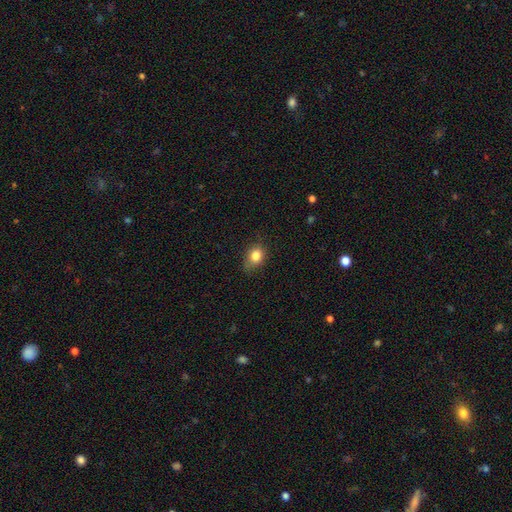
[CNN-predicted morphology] Overall: smooth (83%). How rounded: round (49%, tied with in between). Merging: none (71%).